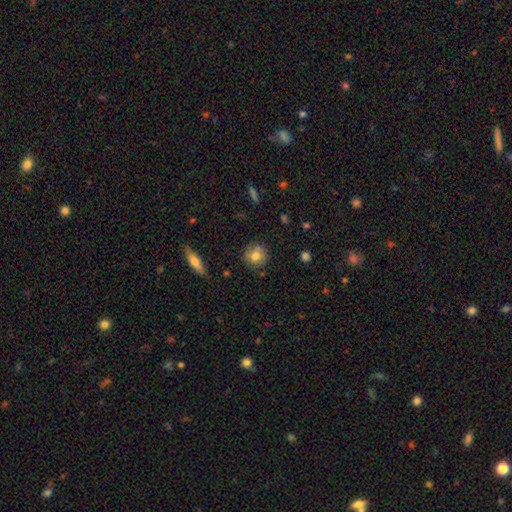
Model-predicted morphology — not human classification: type=smooth (72%); roundness=round (88%); merging=none (81%).